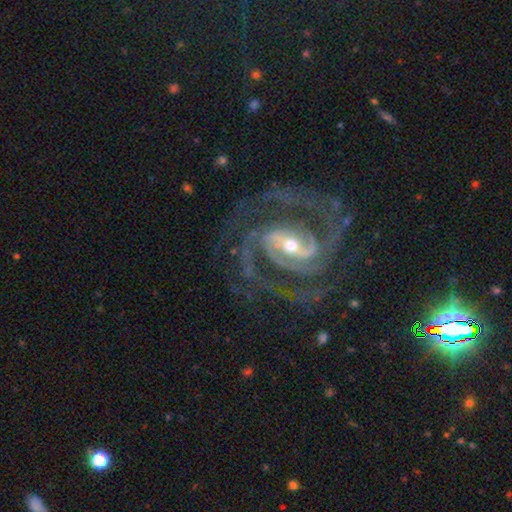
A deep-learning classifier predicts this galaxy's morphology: Overall: featured or disk (89%). Edge-on disk: no (97%). Bar: strong (55%; weak 31%). Spiral arms: yes (98%). Spiral arm count: 2 (79%). Spiral winding: medium (50%; tight 42%). Bulge size: small (57%; moderate 38%). Merging: none (76%).